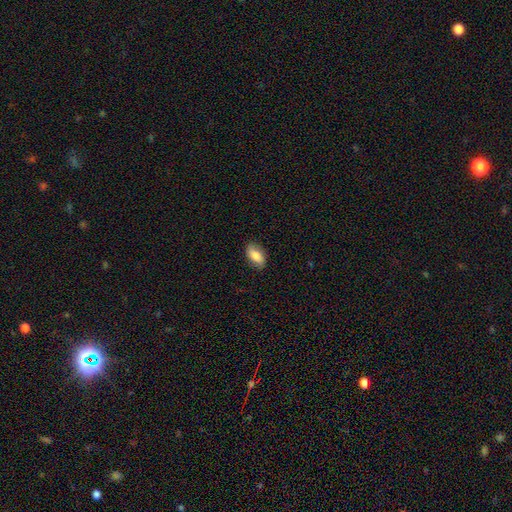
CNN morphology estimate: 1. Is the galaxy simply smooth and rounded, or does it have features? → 78% smooth, 15% featured or disk, 7% star or artifact.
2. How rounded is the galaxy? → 90% in between, 5% cigar-shaped, 4% round.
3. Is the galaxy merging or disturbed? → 81% none, 15% minor disturbance, 3% major disturbance, 1% merger.